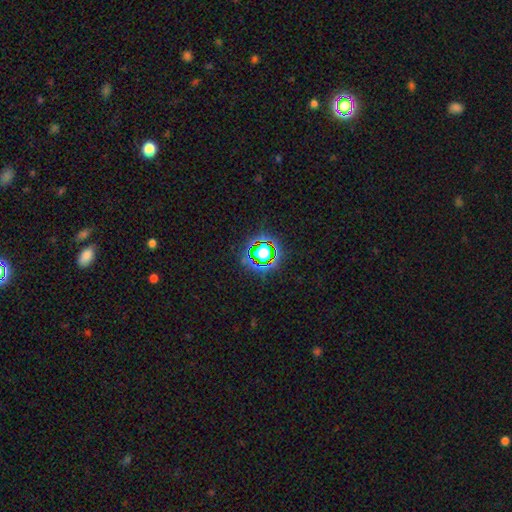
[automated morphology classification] type=star or artifact (76%).